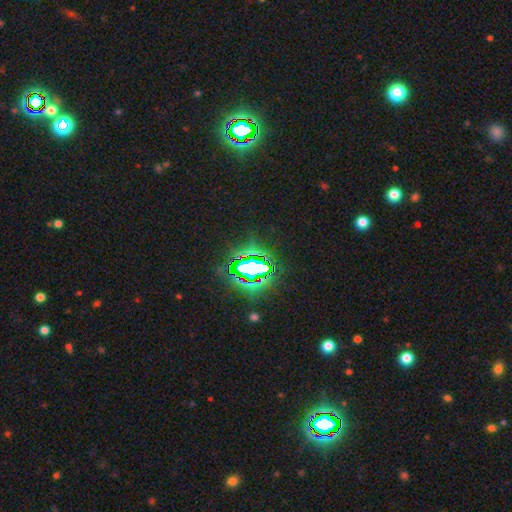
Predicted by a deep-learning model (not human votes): A star or artifact, not a galaxy (79%).

Vote fractions:
- Smooth or featured? star or artifact: 79% / smooth: 12% / featured or disk: 9%